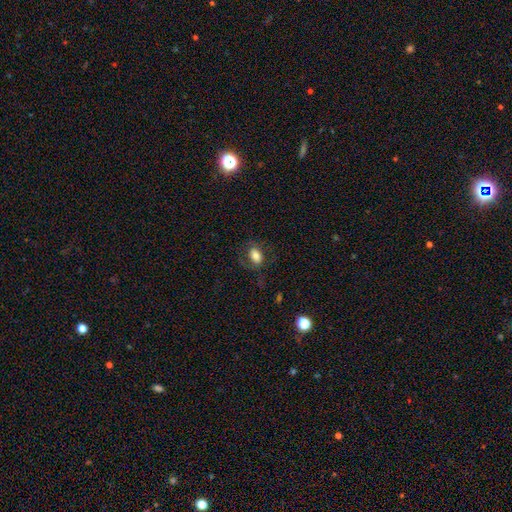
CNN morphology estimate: smooth 76%, featured or disk 15%, star or artifact 9%. Down the decision tree: how rounded — in between (83%); merging — none (72%).